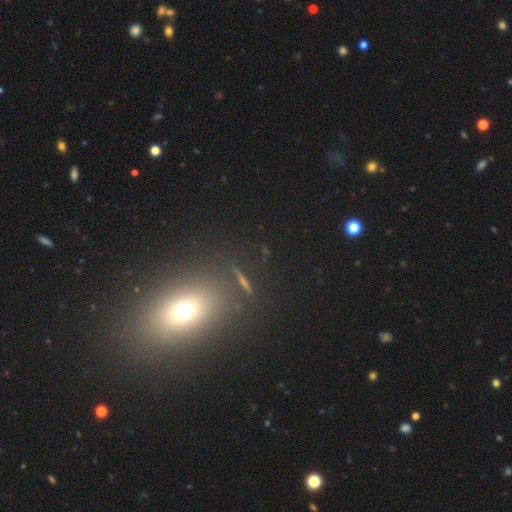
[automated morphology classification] This is possibly a smooth galaxy (55%). How rounded: likely in between (68%). Merging: clearly none (83%).